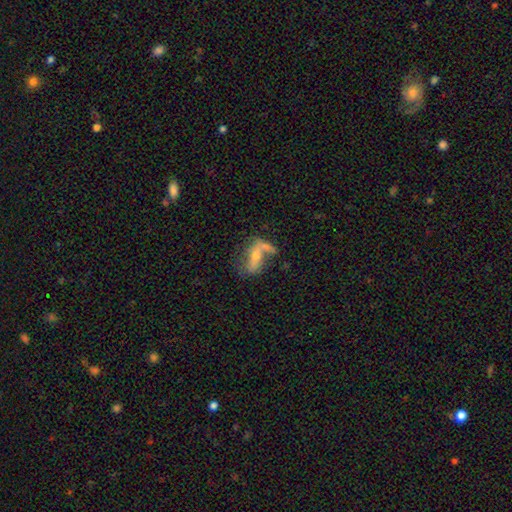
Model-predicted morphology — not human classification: Q: Smooth or featured?
A: featured or disk (50%); runner-up: smooth (40%)
Q: Edge-on disk?
A: no (78%); runner-up: yes (22%)
Q: Merging?
A: none (32%); runner-up: merger (26%)